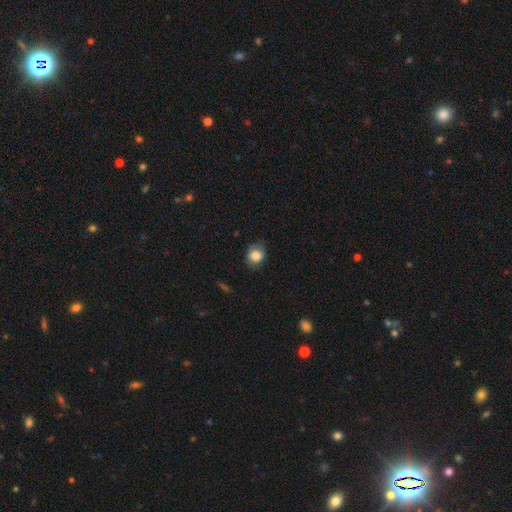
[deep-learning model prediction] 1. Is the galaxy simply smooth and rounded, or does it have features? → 84% smooth, 8% star or artifact, 7% featured or disk.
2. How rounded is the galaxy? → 62% round, 37% in between, 1% cigar-shaped.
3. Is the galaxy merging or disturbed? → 69% none, 23% minor disturbance, 6% major disturbance, 1% merger.